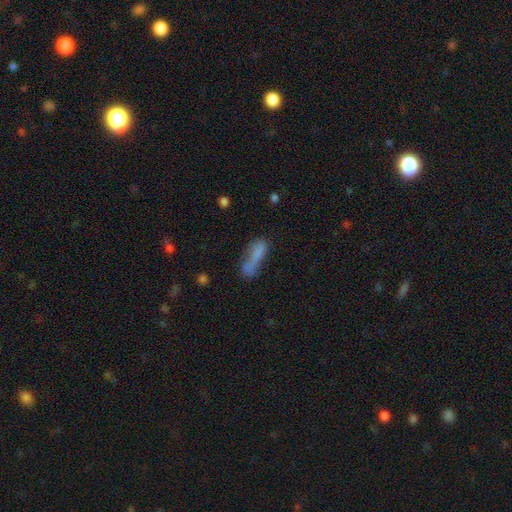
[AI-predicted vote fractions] Q: Smooth or featured?
A: smooth (68%); runner-up: featured or disk (19%)
Q: How rounded?
A: cigar-shaped (57%); runner-up: in between (39%)
Q: Merging?
A: none (37%); runner-up: merger (28%)